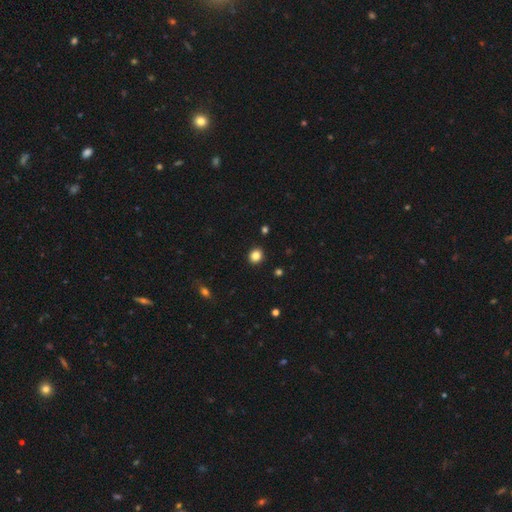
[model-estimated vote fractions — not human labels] Q: Smooth or featured?
A: smooth (84%); runner-up: star or artifact (11%)
Q: How rounded?
A: round (77%); runner-up: in between (22%)
Q: Merging?
A: none (92%); runner-up: minor disturbance (5%)